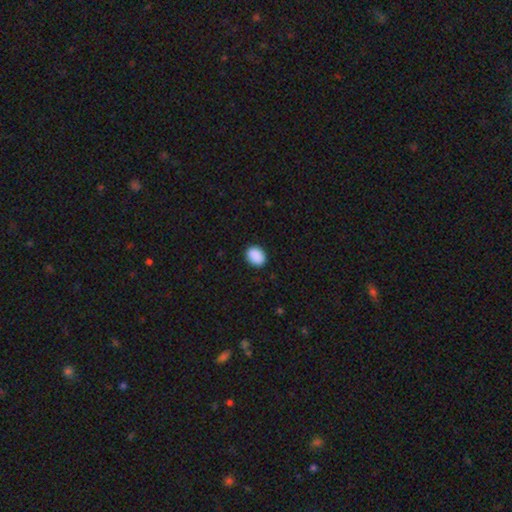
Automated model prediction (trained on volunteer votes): The model was most divided on "how rounded": in between: 62%, round: 38%, cigar-shaped: 1%. More confident: smooth or featured — smooth (90%); merging — none (89%).